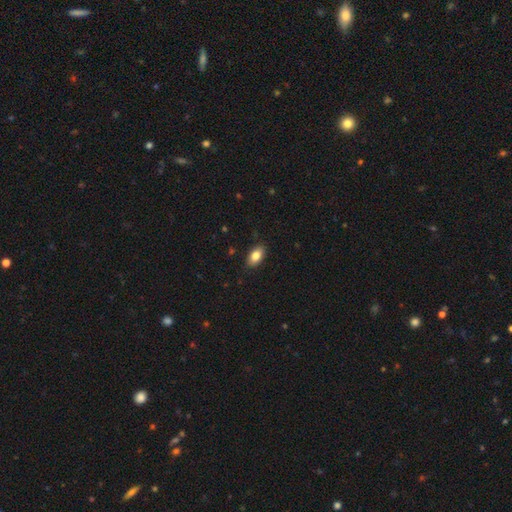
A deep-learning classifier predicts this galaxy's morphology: Smooth or featured?
  - smooth: 82% *
  - featured or disk: 11%
  - star or artifact: 7%
How rounded?
  - in between: 92% *
  - round: 5%
  - cigar-shaped: 4%
Merging?
  - none: 88% *
  - minor disturbance: 9%
  - major disturbance: 2%
  - merger: 1%